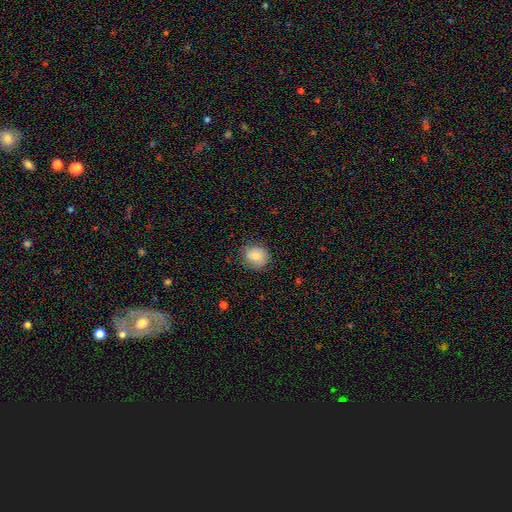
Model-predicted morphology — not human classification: A smooth galaxy with no disk features (79%) that is round (68%). Merging: none (78%).